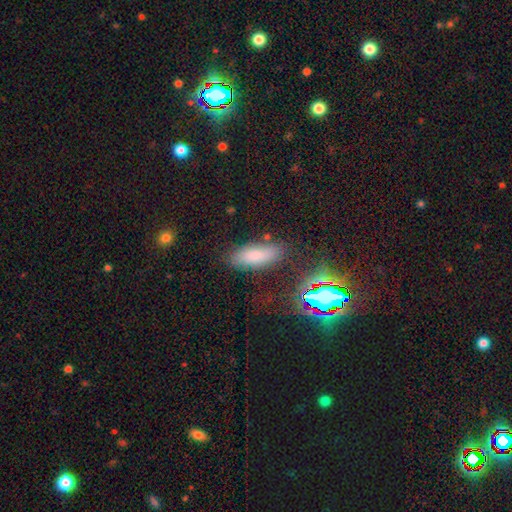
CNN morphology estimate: Smooth or featured? Predicted: smooth (p=0.76). How rounded? Predicted: in between (p=0.70). Merging? Predicted: none (p=0.79).